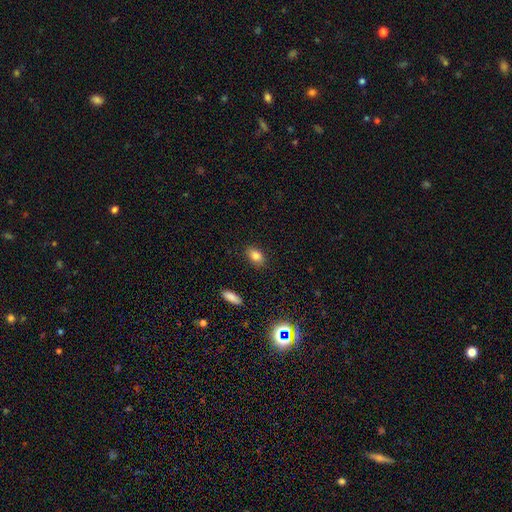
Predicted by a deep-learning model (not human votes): Overall: smooth (83%). How rounded: in between (81%). Merging: none (86%).